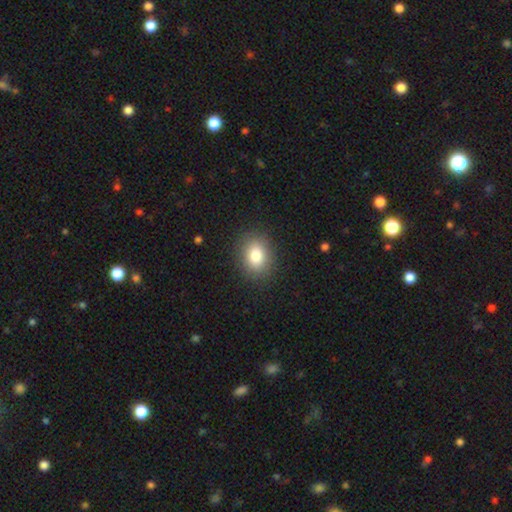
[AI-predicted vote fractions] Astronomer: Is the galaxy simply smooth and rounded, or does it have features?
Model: smooth — 82%.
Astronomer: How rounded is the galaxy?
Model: in between — 53% (runner-up: round, 46%).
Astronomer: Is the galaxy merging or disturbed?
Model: none — 88%.